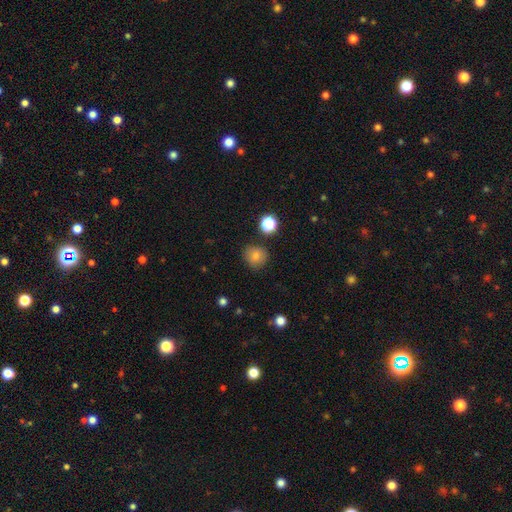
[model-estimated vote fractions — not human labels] A smooth galaxy with no disk features (78%) that is round (89%).

Vote fractions:
- Smooth or featured? smooth: 78% / star or artifact: 14% / featured or disk: 8%
- How rounded? round: 89% / in between: 10% / cigar-shaped: 1%
- Merging? none: 84% / minor disturbance: 10% / merger: 3% / major disturbance: 3%